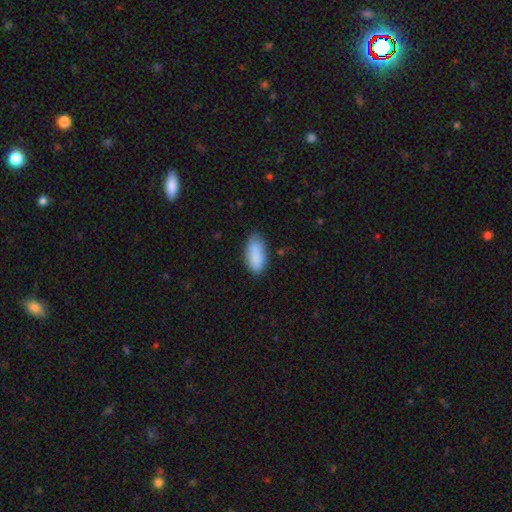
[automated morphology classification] Smooth or featured? smooth (88%)
How rounded? in between (92%)
Merging? none (79%)